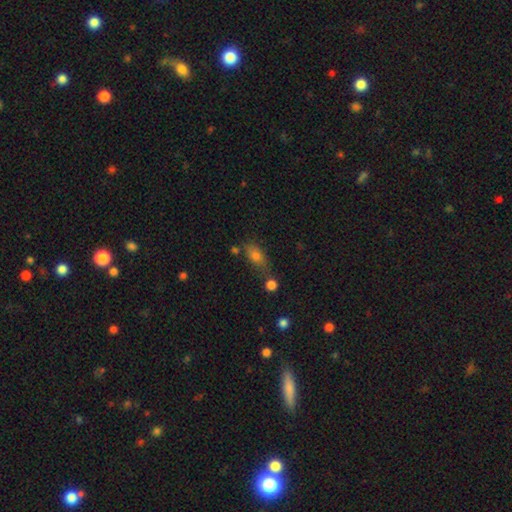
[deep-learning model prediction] A smooth galaxy with no disk features (76%) that is in between round and cigar-shaped (80%).

Vote fractions:
- Smooth or featured? smooth: 76% / star or artifact: 12% / featured or disk: 12%
- How rounded? in between: 80% / cigar-shaped: 10% / round: 10%
- Merging? none: 57% / minor disturbance: 20% / merger: 15% / major disturbance: 8%